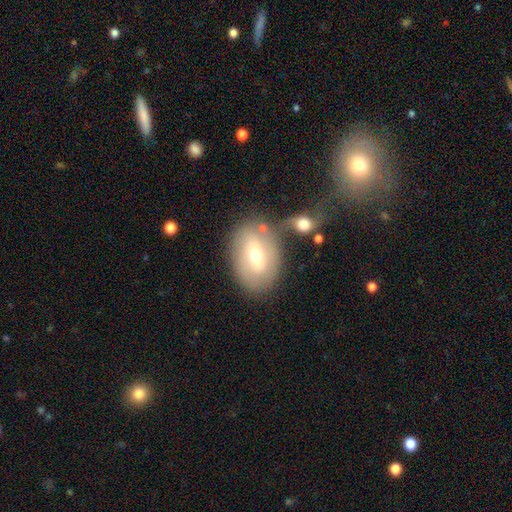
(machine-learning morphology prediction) The model was most divided on "smooth or featured": smooth: 53%, featured or disk: 39%, star or artifact: 8%. More confident: how rounded — in between (82%); merging — none (59%).